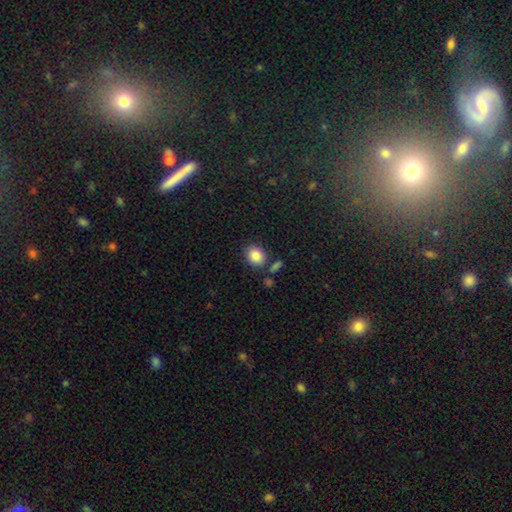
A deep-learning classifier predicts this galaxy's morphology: type=smooth (86%); roundness=in between (51%); merging=none (75%).